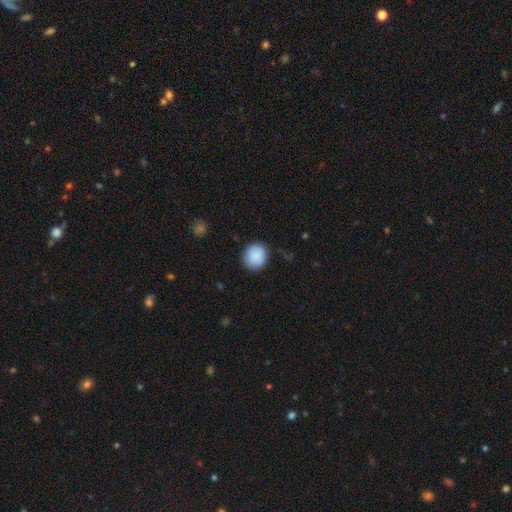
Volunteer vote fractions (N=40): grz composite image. It shows a smooth galaxy with no disk features (95%) that is round (92%). Merging: none (87%).